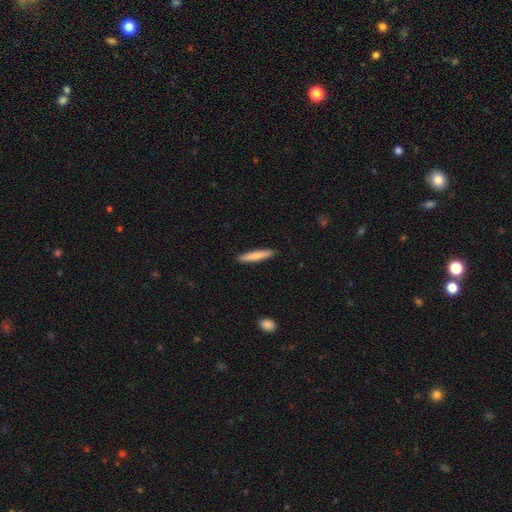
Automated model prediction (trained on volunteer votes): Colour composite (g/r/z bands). It shows a smooth galaxy with no disk features (79%) that is cigar-shaped (91%). Merging: none (91%).